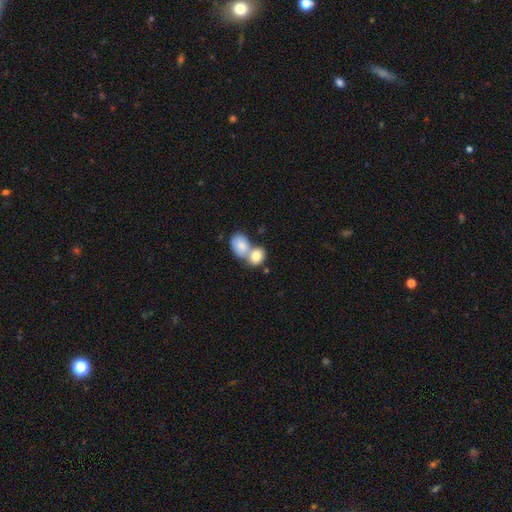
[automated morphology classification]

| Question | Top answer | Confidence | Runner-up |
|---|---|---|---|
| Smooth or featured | smooth | 82% | featured or disk (11%) |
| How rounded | in between | 63% | round (36%) |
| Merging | merger | 69% | none (22%) |